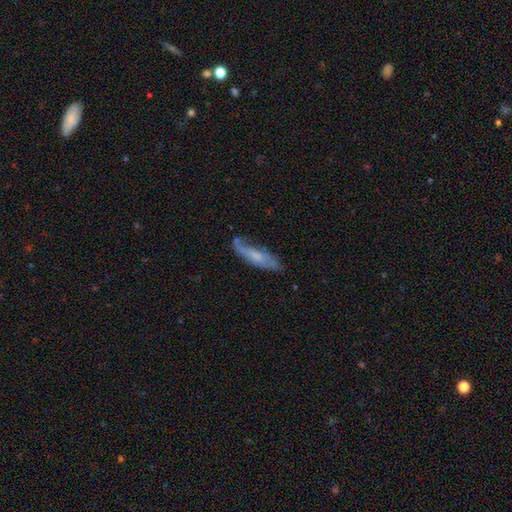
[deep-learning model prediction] This appears to be a smooth galaxy with no disk features (51%) that is cigar-shaped (69%). Merging: none (53%).